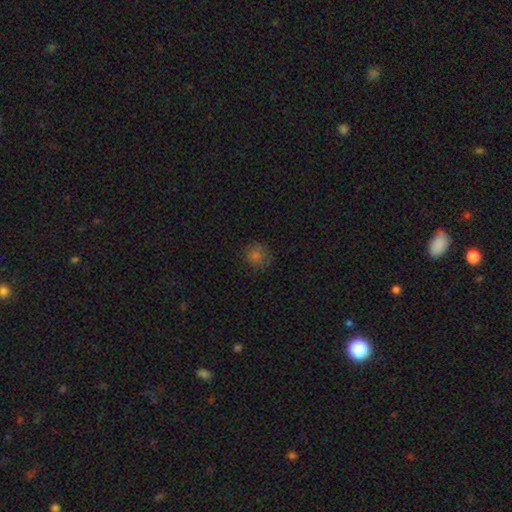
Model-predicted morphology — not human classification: Smooth or featured?
  - smooth: 76% *
  - star or artifact: 17%
  - featured or disk: 7%
How rounded?
  - round: 89% *
  - in between: 10%
  - cigar-shaped: 1%
Merging?
  - none: 81% *
  - minor disturbance: 14%
  - major disturbance: 4%
  - merger: 1%